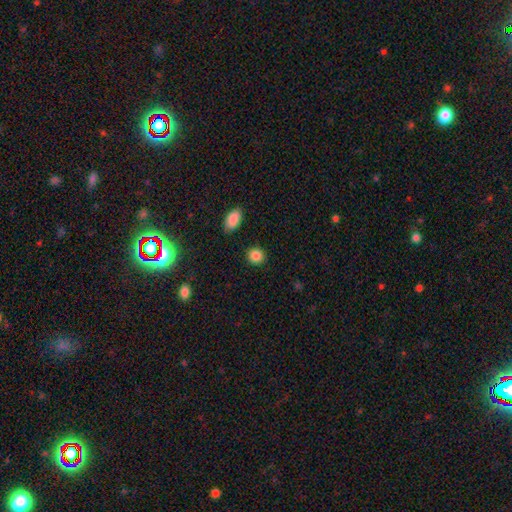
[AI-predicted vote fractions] A smooth galaxy with no disk features (86%) that is round (82%).

Vote fractions:
- Smooth or featured? smooth: 86% / star or artifact: 10% / featured or disk: 4%
- How rounded? round: 82% / in between: 17% / cigar-shaped: 1%
- Merging? none: 90% / minor disturbance: 6% / major disturbance: 2% / merger: 2%